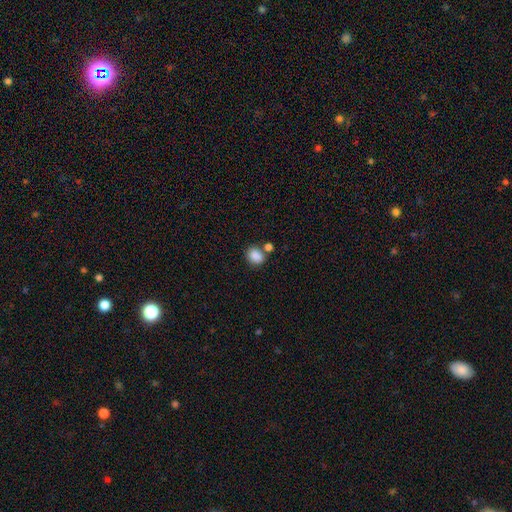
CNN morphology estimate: Smooth or featured: smooth — 86% (star or artifact — 10%)
How rounded: round — 51% (in between — 48%)
Merging: none — 64% (merger — 21%)